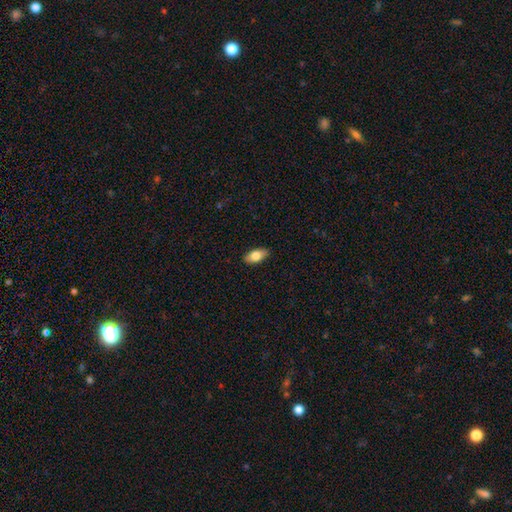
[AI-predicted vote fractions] Smooth or featured? smooth (81%)
How rounded? in between (91%)
Merging? none (89%)